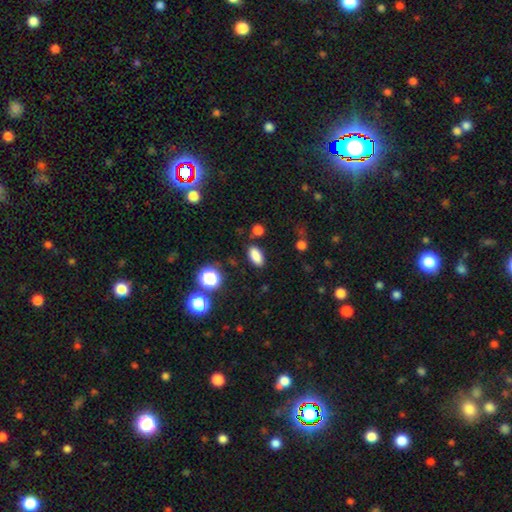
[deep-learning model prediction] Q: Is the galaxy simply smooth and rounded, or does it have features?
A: smooth — 85%.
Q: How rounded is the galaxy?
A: in between — 88%.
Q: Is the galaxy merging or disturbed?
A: none — 85%.